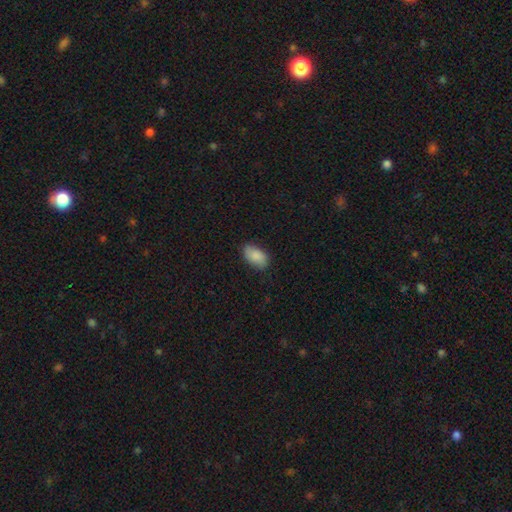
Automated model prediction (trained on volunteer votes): The model was most divided on "merging": none: 77%, minor disturbance: 18%, major disturbance: 3%, merger: 1%. More confident: how rounded — in between (93%); smooth or featured — smooth (85%).